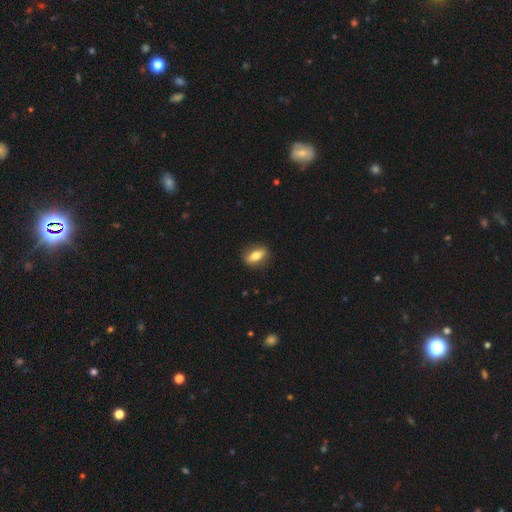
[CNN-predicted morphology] smooth 67%, featured or disk 26%, star or artifact 7%. Down the decision tree: how rounded — in between (72%); merging — none (86%).